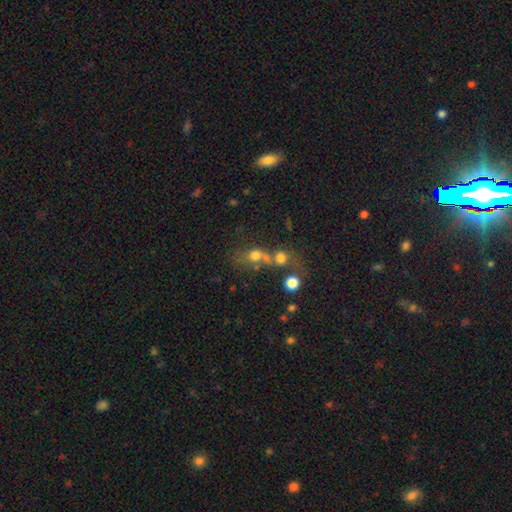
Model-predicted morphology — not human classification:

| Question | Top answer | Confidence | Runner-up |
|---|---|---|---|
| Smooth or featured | smooth | 64% | star or artifact (19%) |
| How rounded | round | 61% | in between (36%) |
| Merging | merger | 48% | none (28%) |